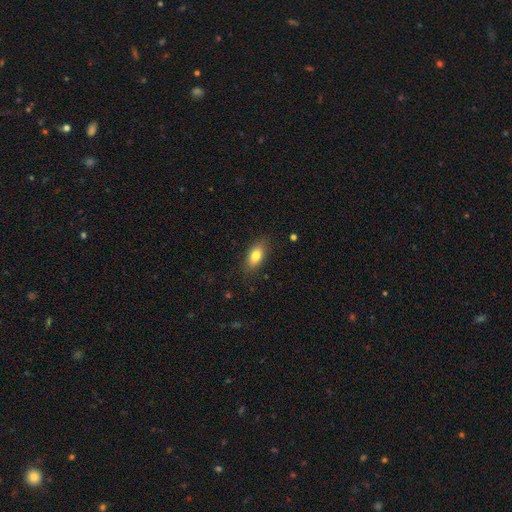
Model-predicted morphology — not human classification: The model was most divided on "smooth or featured": smooth: 80%, featured or disk: 12%, star or artifact: 8%. More confident: how rounded — in between (85%); merging — none (85%).